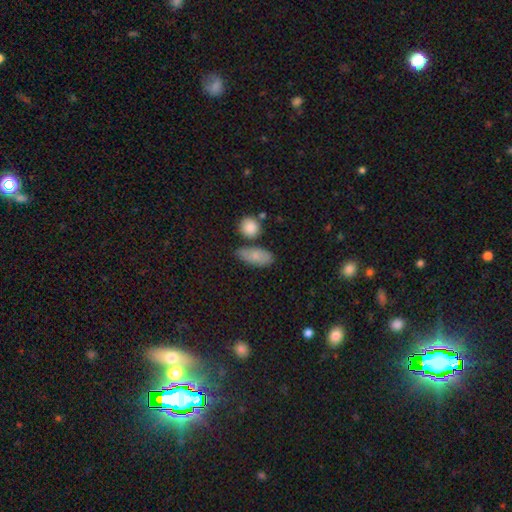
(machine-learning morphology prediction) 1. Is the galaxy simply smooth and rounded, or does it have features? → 81% smooth, 11% featured or disk, 9% star or artifact.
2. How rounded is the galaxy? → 81% in between, 12% cigar-shaped, 7% round.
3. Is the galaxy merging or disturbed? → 63% none, 20% minor disturbance, 12% merger, 5% major disturbance.